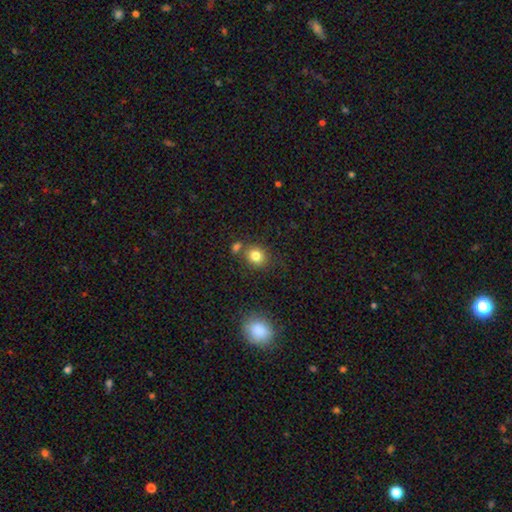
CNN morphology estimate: Smooth or featured? Predicted: smooth (p=0.81). How rounded? Predicted: round (p=0.70). Merging? Predicted: none (p=0.70).